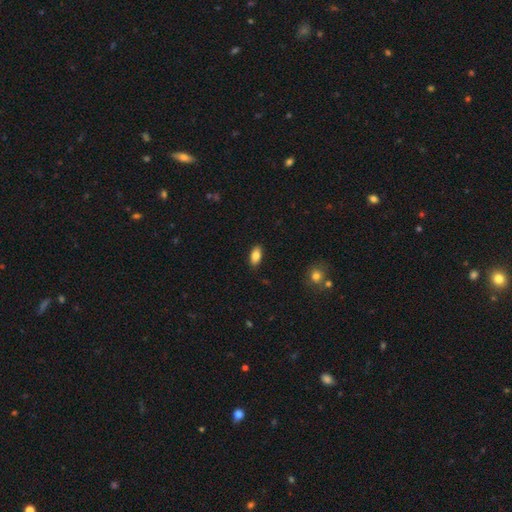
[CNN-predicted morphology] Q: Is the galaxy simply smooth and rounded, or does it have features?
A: smooth — 84%.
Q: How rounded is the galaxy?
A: in between — 89%.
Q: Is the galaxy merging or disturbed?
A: none — 88%.